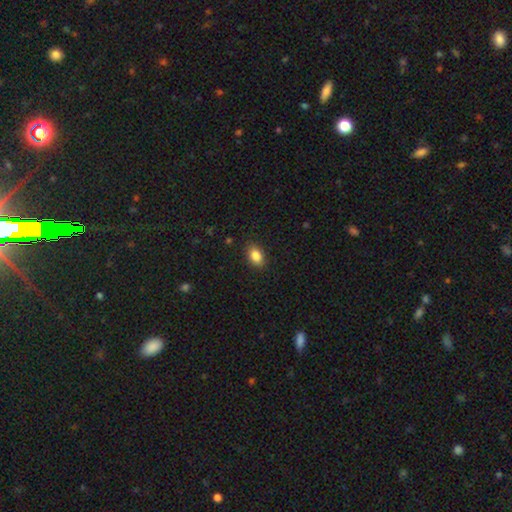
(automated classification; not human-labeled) A smooth galaxy with no disk features (86%) that is in between round and cigar-shaped (85%).

Vote fractions:
- Smooth or featured? smooth: 86% / star or artifact: 9% / featured or disk: 5%
- How rounded? in between: 85% / round: 14% / cigar-shaped: 2%
- Merging? none: 88% / minor disturbance: 9% / major disturbance: 2% / merger: 1%